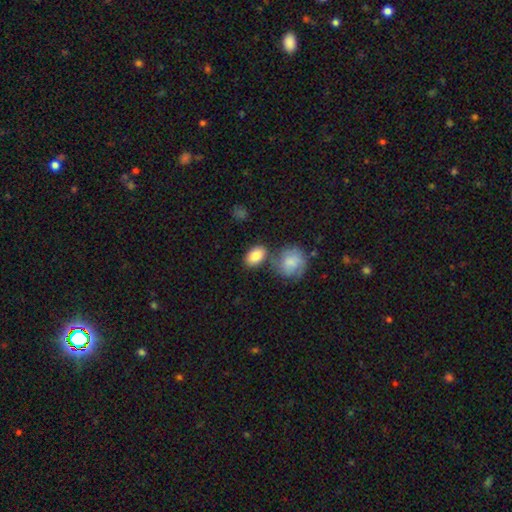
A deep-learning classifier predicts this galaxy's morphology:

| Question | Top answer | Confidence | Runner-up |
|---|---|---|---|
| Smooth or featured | smooth | 85% | featured or disk (9%) |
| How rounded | in between | 85% | round (14%) |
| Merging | none | 63% | merger (19%) |